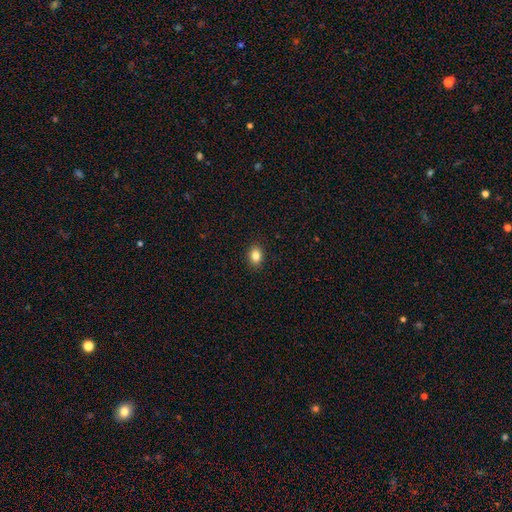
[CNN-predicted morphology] smooth_or_featured: smooth (p=0.84) [alt: star or artifact p=0.10]
how_rounded: in between (p=0.63) [alt: round p=0.36]
merging: none (p=0.90) [alt: minor disturbance p=0.07]